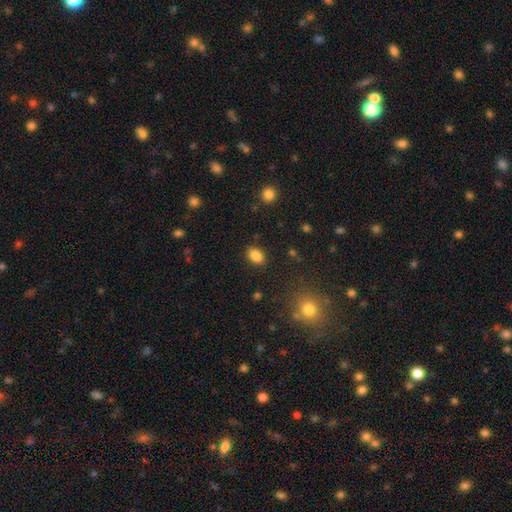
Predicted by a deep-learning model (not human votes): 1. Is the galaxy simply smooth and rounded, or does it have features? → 86% smooth, 10% star or artifact, 4% featured or disk.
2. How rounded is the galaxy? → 79% in between, 20% round, 1% cigar-shaped.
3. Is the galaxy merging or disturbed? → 87% none, 9% minor disturbance, 3% major disturbance, 2% merger.